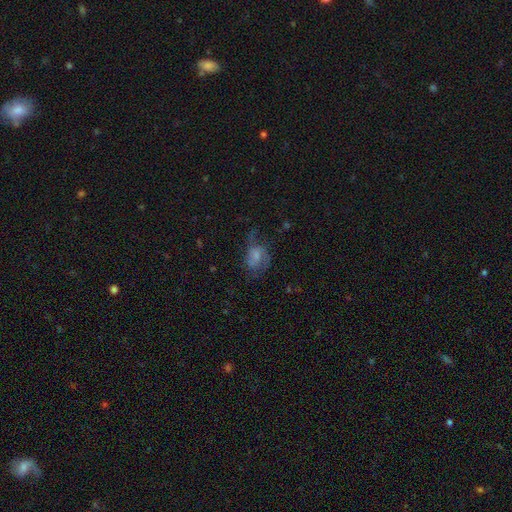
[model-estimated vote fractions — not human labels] Morphology: type=featured or disk (55%); edge-on=no (97%); bar=no (54%); spiral arms=yes (77%); bulge=small (37%); merging=none (38%).